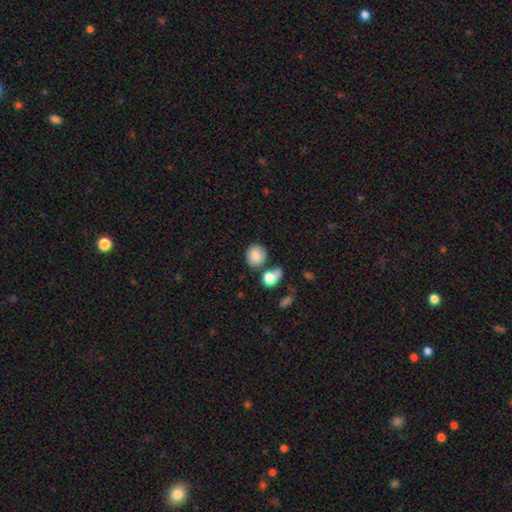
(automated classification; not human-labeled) The model was most divided on "merging": none: 67%, merger: 14%, minor disturbance: 14%, major disturbance: 5%. More confident: smooth or featured — smooth (83%); how rounded — round (80%).